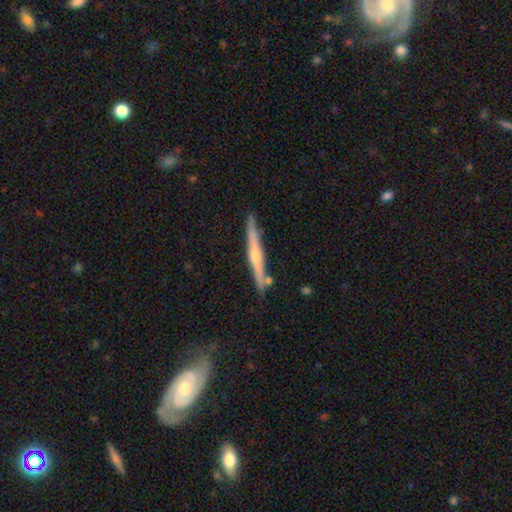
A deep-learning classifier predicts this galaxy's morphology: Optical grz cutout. It shows a featured or disk galaxy (70%) viewed edge-on (97%) with a rounded central bulge (81%). Merging: none (85%).